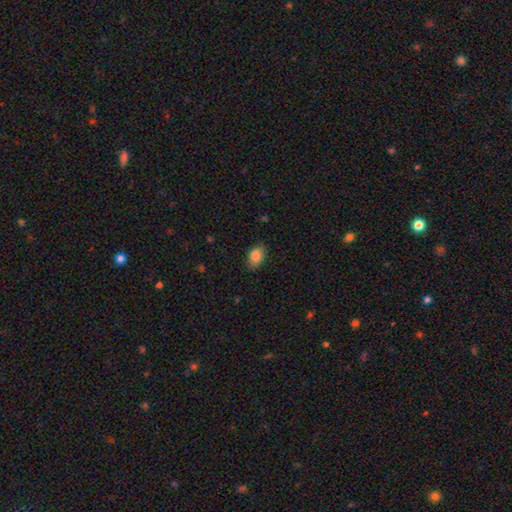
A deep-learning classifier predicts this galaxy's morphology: The model was most divided on "how rounded": in between: 84%, round: 15%, cigar-shaped: 1%. More confident: smooth or featured — smooth (86%); merging — none (83%).